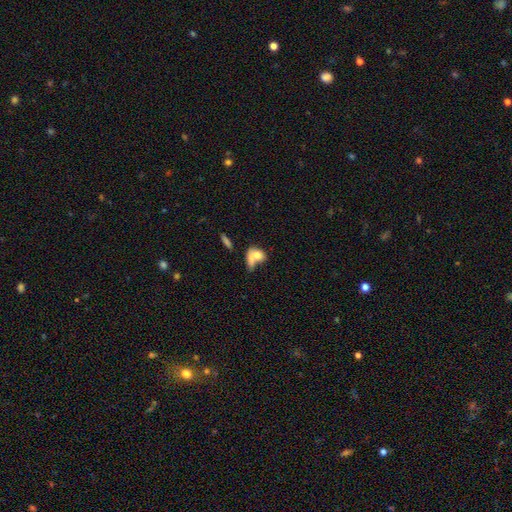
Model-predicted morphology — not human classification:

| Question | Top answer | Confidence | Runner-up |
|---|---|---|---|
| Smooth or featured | smooth | 70% | featured or disk (22%) |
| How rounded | in between | 63% | round (33%) |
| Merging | merger | 41% | none (25%) |